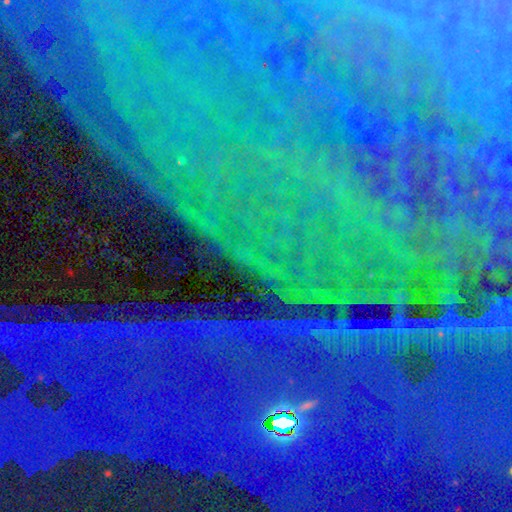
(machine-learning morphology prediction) Smooth or featured? star or artifact (86%)